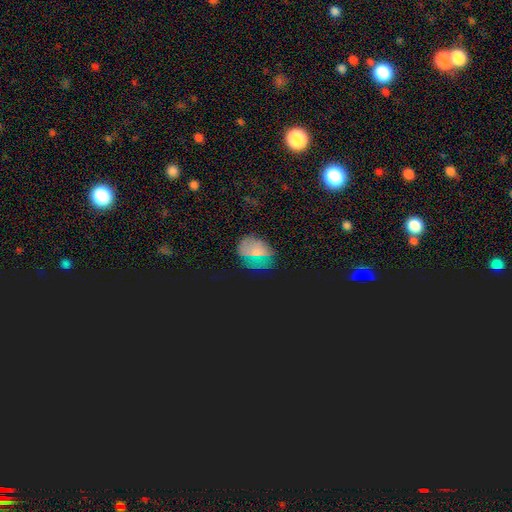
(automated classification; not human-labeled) A star or artifact, not a galaxy (51%).